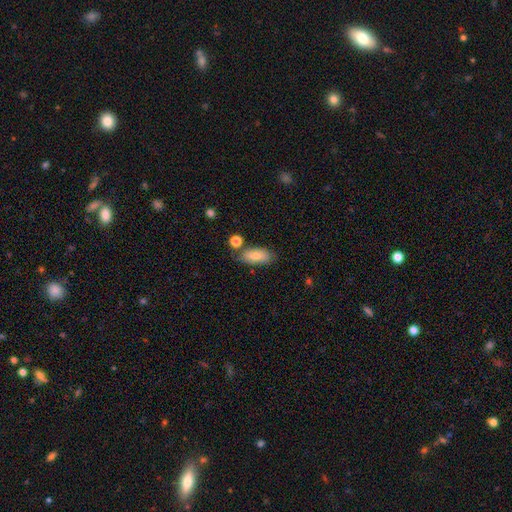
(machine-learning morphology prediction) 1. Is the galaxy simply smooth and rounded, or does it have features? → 79% smooth, 14% featured or disk, 7% star or artifact.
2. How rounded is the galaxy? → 87% in between, 10% cigar-shaped, 3% round.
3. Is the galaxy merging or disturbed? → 68% none, 19% minor disturbance, 9% merger, 4% major disturbance.